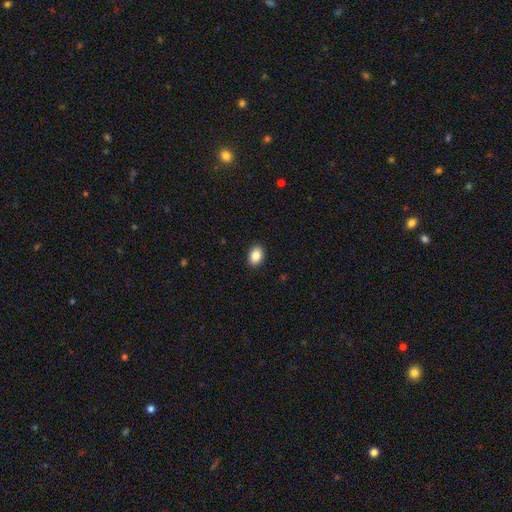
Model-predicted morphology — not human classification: type=smooth (87%); roundness=in between (79%); merging=none (90%).